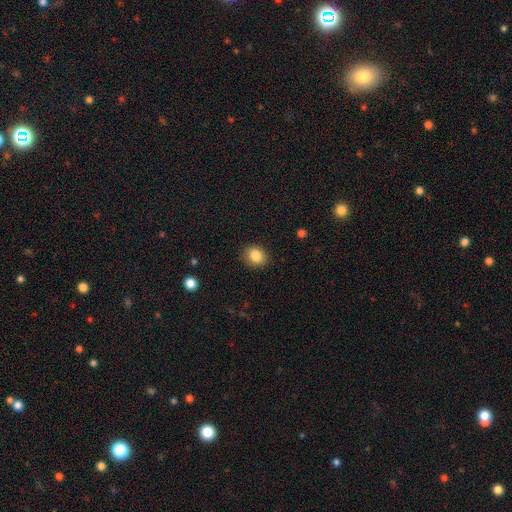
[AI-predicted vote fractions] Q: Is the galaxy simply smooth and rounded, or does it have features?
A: smooth — 85%.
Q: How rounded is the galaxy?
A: round — 59%.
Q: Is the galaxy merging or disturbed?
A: none — 89%.